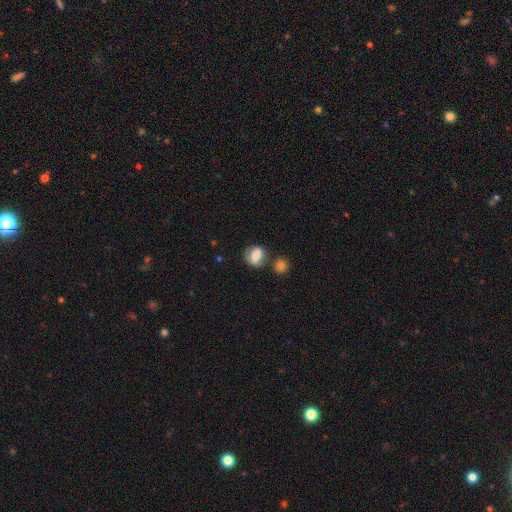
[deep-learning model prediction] Smooth or featured? Predicted: smooth (p=0.68). How rounded? Predicted: in between (p=0.49). Merging? Predicted: none (p=0.62).